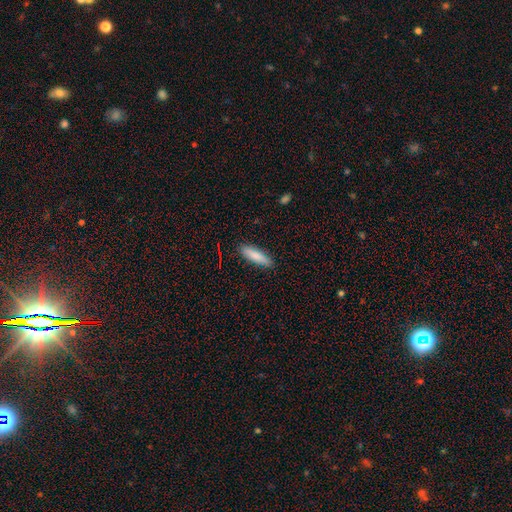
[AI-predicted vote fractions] smooth_or_featured: smooth (p=0.83) [alt: featured or disk p=0.11]
how_rounded: cigar-shaped (p=0.67) [alt: in between p=0.31]
merging: none (p=0.88) [alt: minor disturbance p=0.09]